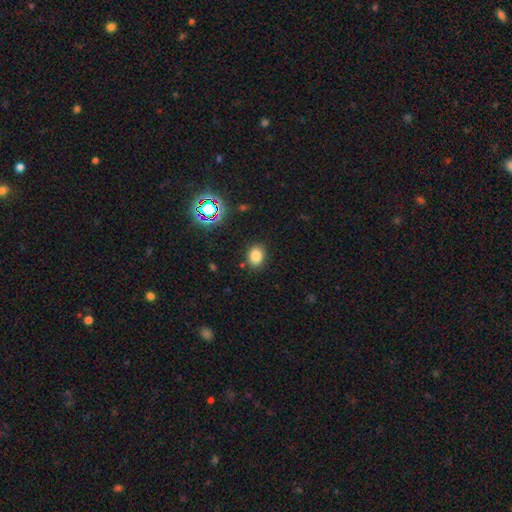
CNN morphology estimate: This appears to be a smooth galaxy with no disk features (81%) that is in between round and cigar-shaped (57%). Merging: none (84%).